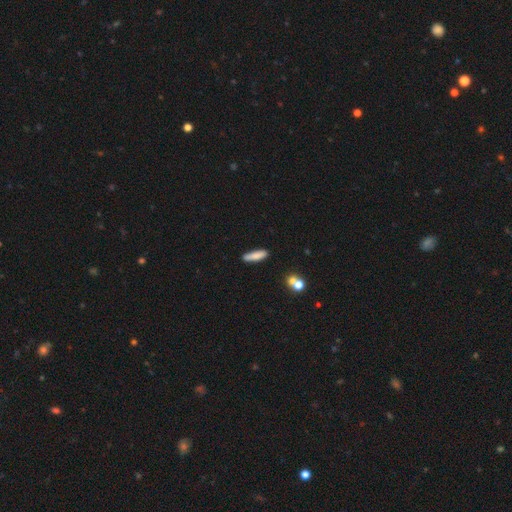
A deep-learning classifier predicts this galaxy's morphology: smooth-or-featured: smooth: 82% | featured or disk: 10% | star or artifact: 7%
  how-rounded: cigar-shaped: 74% | in between: 24% | round: 2%
  merging: none: 84% | minor disturbance: 11% | merger: 3% | major disturbance: 2%